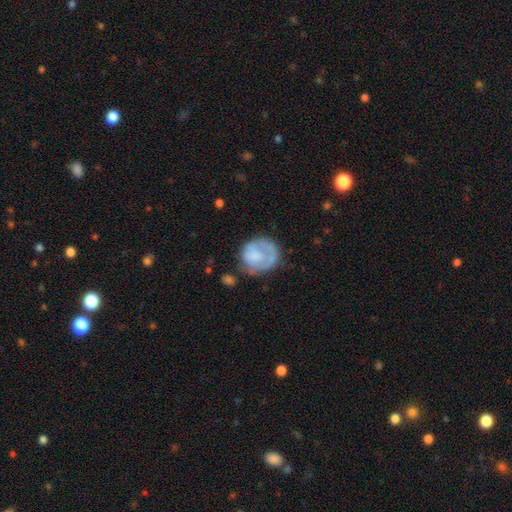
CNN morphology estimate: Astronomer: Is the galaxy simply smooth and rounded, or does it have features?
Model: smooth — 55% (runner-up: featured or disk, 39%).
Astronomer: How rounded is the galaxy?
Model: round — 74%.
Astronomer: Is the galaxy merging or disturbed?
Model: none — 52%.